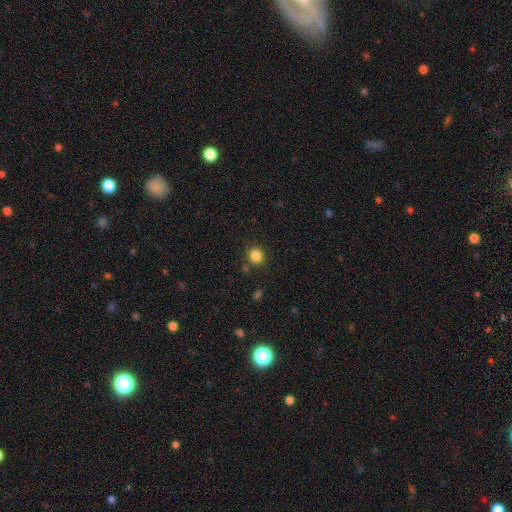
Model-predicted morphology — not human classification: type=smooth (84%); roundness=round (84%); merging=none (83%).